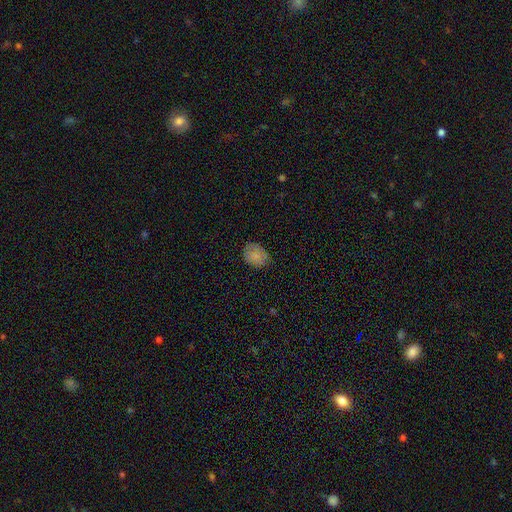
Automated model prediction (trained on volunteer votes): Smooth or featured?
  - smooth: 80% *
  - featured or disk: 11%
  - star or artifact: 9%
How rounded?
  - in between: 60% *
  - round: 39%
  - cigar-shaped: 1%
Merging?
  - none: 73% *
  - minor disturbance: 22%
  - major disturbance: 4%
  - merger: 1%